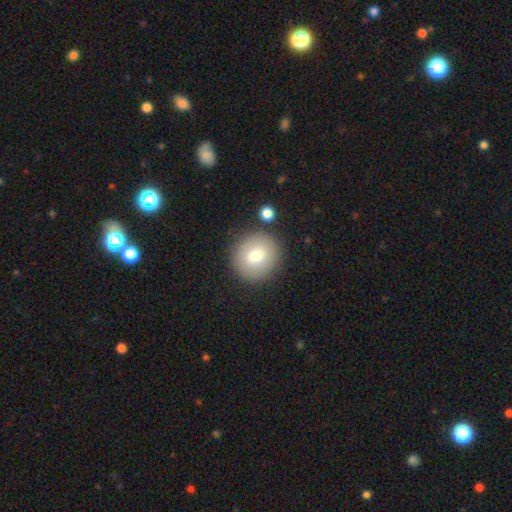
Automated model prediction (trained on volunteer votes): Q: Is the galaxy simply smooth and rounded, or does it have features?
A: smooth — 76%.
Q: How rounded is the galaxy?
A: round — 89%.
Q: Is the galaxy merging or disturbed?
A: none — 84%.